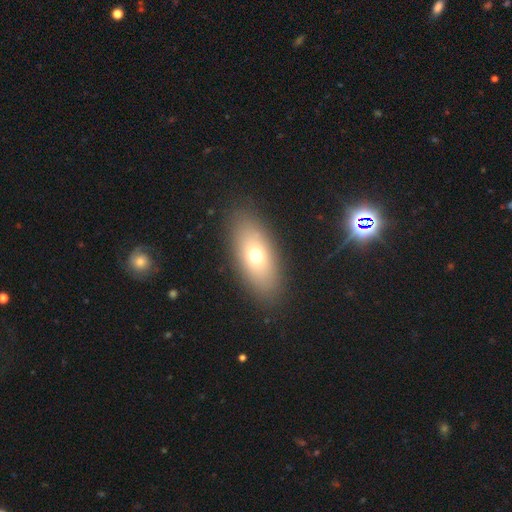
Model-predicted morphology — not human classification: Smooth or featured? Predicted: smooth (p=0.67). How rounded? Predicted: in between (p=0.84). Merging? Predicted: none (p=0.86).